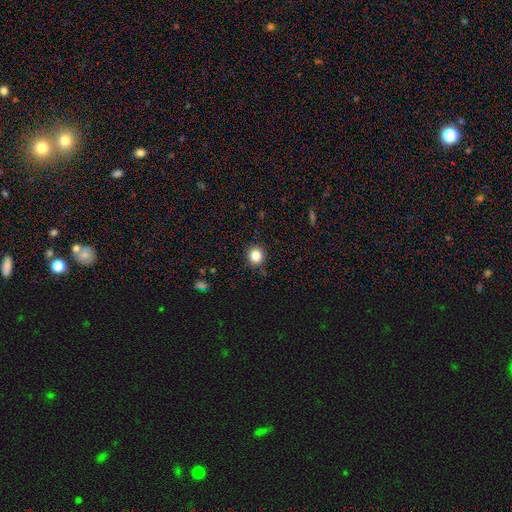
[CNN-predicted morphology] This appears to be a smooth galaxy with no disk features (84%) that is round (89%). Merging: none (89%).